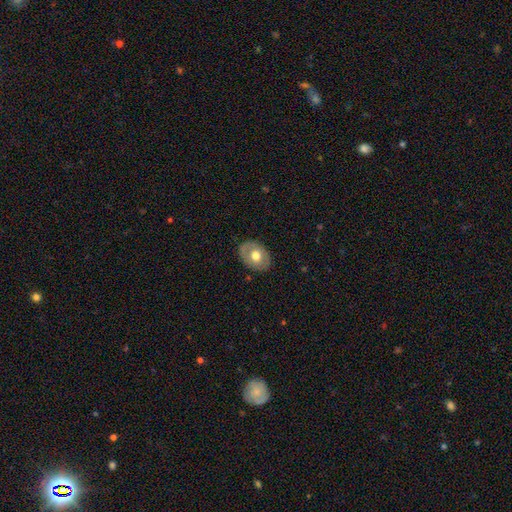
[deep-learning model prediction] smooth 57%, featured or disk 37%, star or artifact 6%. Down the decision tree: how rounded — in between (70%); merging — none (83%).